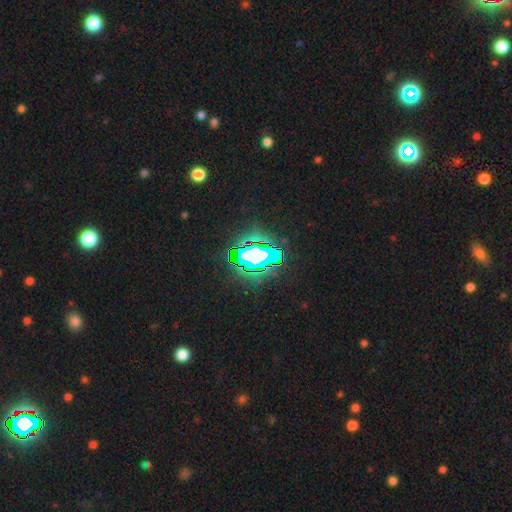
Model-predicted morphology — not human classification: Smooth or featured: star or artifact — 66% (smooth — 17%)